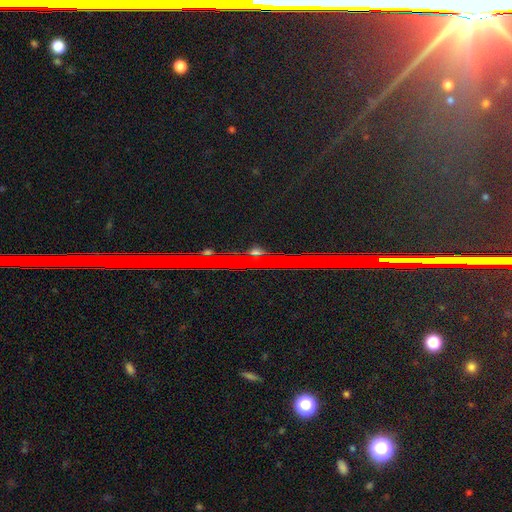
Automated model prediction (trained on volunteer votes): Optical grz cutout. It shows a star or artifact, not a galaxy (67%).